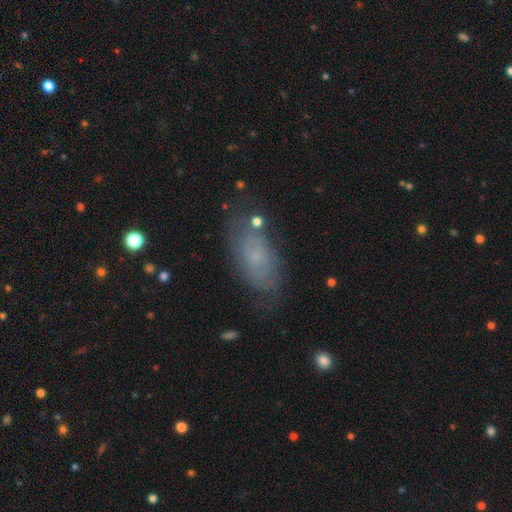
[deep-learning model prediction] Overall: smooth (57%; featured or disk 31%). How rounded: in between (85%). Merging: none (68%).